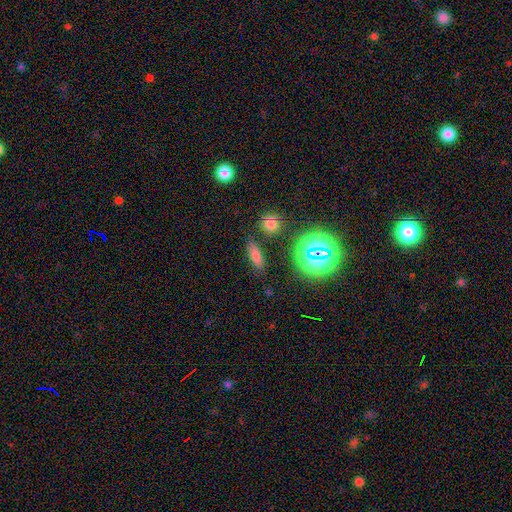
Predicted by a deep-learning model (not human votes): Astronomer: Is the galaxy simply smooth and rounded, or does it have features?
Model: smooth — 68%.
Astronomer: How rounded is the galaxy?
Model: in between — 54% (runner-up: cigar-shaped, 37%).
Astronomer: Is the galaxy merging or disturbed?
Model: none — 82%.